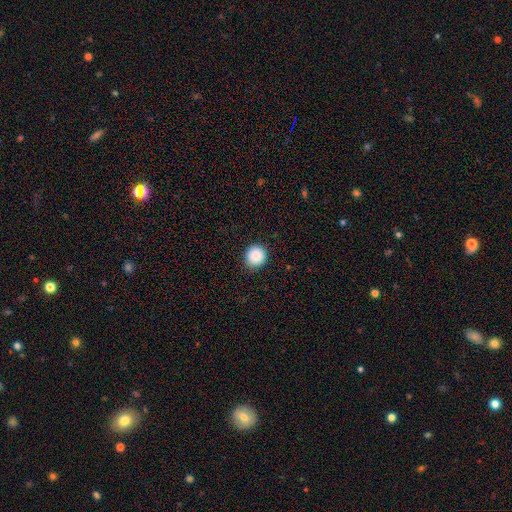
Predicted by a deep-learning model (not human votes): smooth-or-featured: smooth: 89% | star or artifact: 9% | featured or disk: 3%
  how-rounded: round: 93% | in between: 6% | cigar-shaped: 1%
  merging: none: 90% | minor disturbance: 7% | major disturbance: 2% | merger: 1%